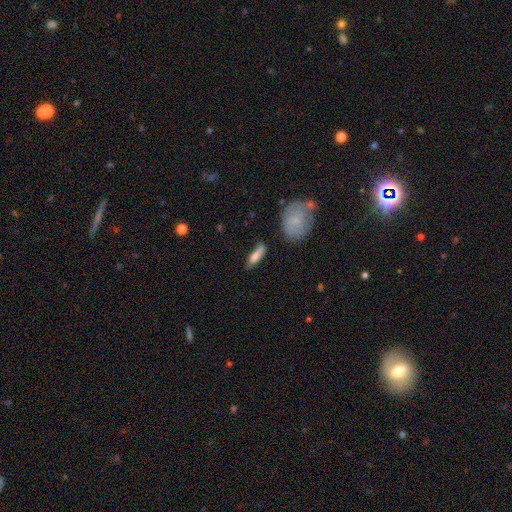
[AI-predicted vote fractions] Smooth or featured: smooth — 78% (featured or disk — 15%)
How rounded: cigar-shaped — 58% (in between — 40%)
Merging: none — 61% (minor disturbance — 25%)